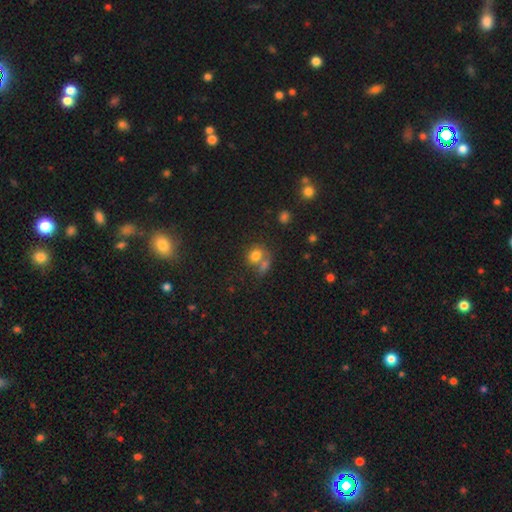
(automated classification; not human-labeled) This is likely a smooth galaxy (76%). How rounded: possibly round (56%). Merging: possibly merger (49%).